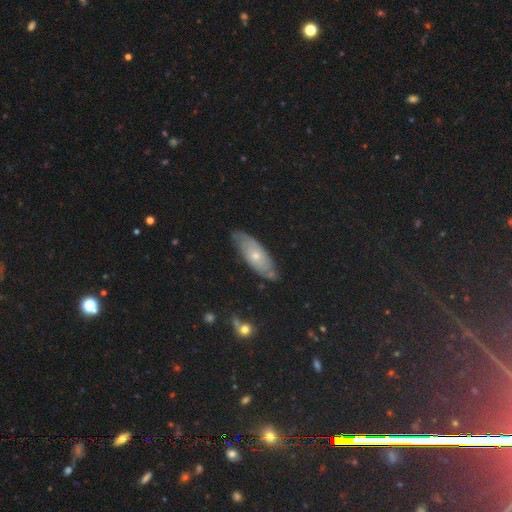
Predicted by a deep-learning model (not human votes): This appears to be a featured or disk galaxy (50%). Merging: none (72%).